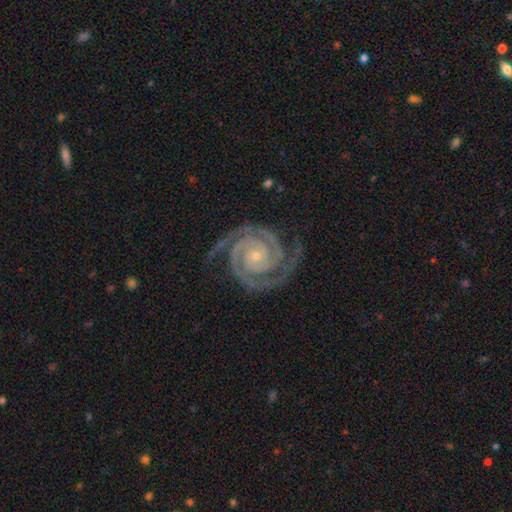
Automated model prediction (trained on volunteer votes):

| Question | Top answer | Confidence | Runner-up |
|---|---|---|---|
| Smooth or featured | featured or disk | 95% | star or artifact (3%) |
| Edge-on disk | no | 98% | yes (2%) |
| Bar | no | 71% | weak (18%) |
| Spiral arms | yes | 99% | no (1%) |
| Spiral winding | tight | 82% | medium (16%) |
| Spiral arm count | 2 | 82% | 3 (10%) |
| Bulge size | small | 74% | moderate (23%) |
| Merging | none | 82% | minor disturbance (13%) |